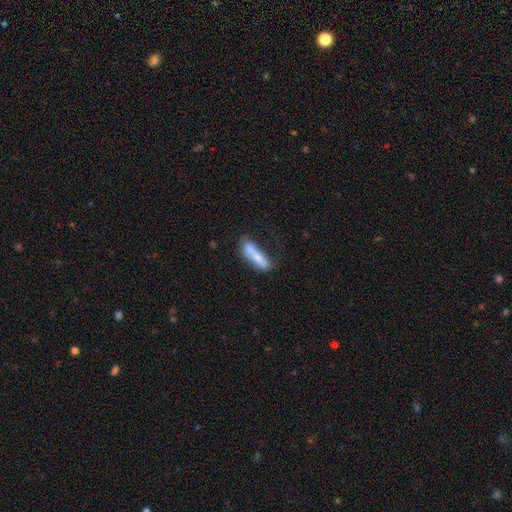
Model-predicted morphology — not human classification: type=smooth (71%); roundness=cigar-shaped (68%); merging=none (49%).